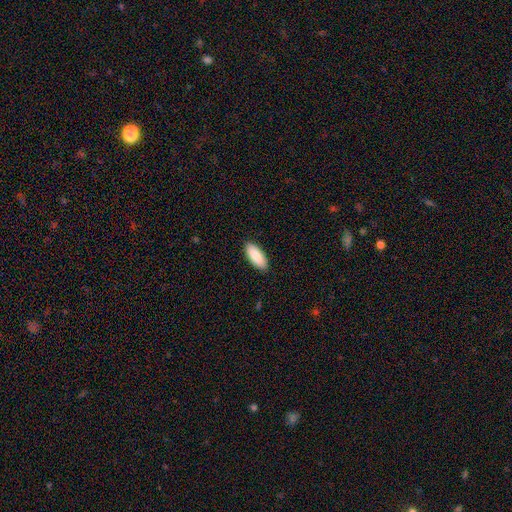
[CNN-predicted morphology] Smooth or featured?
  - smooth: 89% *
  - featured or disk: 6%
  - star or artifact: 5%
How rounded?
  - in between: 81% *
  - cigar-shaped: 18%
  - round: 2%
Merging?
  - none: 90% *
  - minor disturbance: 7%
  - major disturbance: 2%
  - merger: 1%